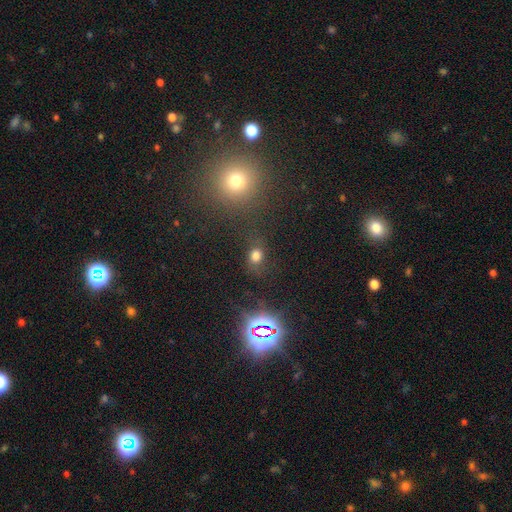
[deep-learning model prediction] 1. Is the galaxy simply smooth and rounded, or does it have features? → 64% smooth, 27% star or artifact, 9% featured or disk.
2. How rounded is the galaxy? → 54% round, 44% in between, 2% cigar-shaped.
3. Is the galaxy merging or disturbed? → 66% none, 16% minor disturbance, 11% major disturbance, 6% merger.